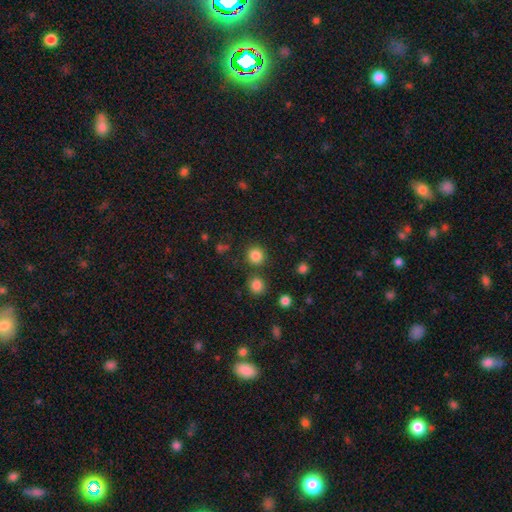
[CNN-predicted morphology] Q: Smooth or featured?
A: smooth (84%); runner-up: star or artifact (13%)
Q: How rounded?
A: round (92%); runner-up: in between (7%)
Q: Merging?
A: none (83%); runner-up: merger (8%)